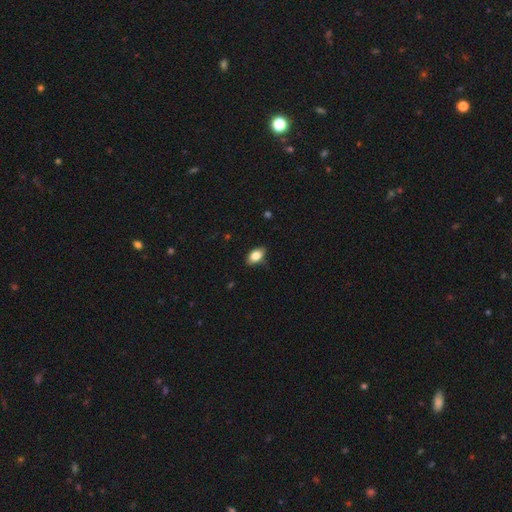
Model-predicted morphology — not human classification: This appears to be a smooth galaxy with no disk features (82%) that is in between round and cigar-shaped (89%). Merging: none (81%).